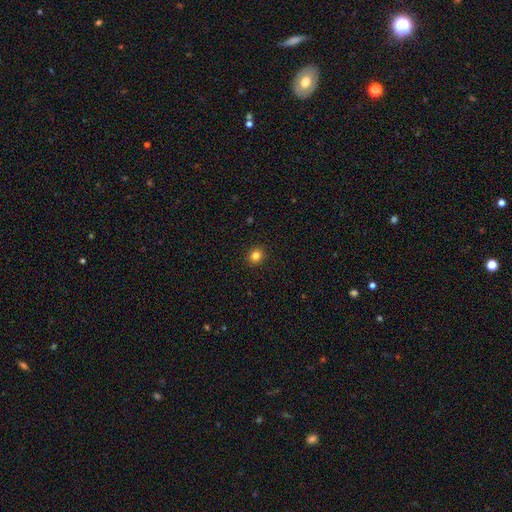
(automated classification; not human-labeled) Overall: smooth (83%). How rounded: round (84%). Merging: none (92%).